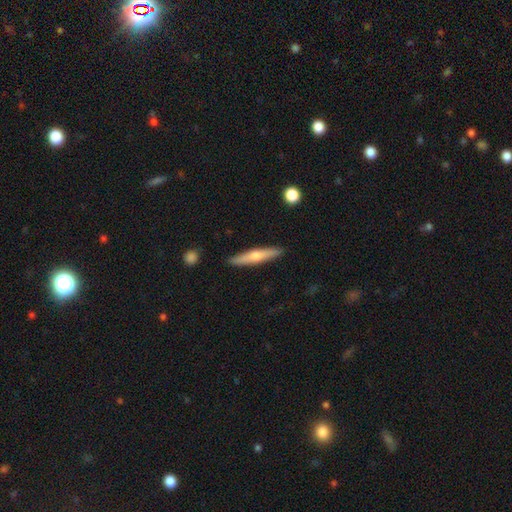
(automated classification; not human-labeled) A smooth galaxy with no disk features (49%). Merging: none (90%).